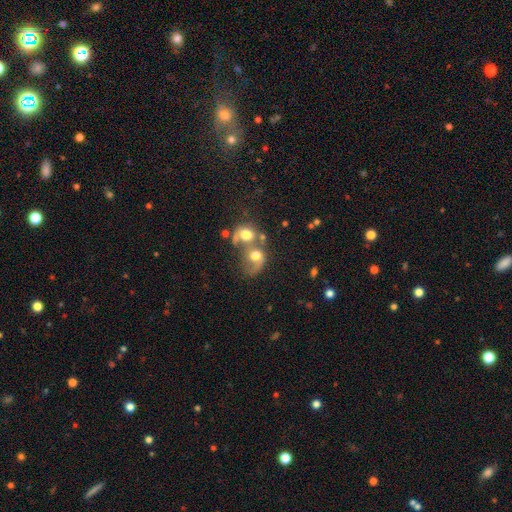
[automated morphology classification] smooth 52%, featured or disk 37%, star or artifact 11%. Down the decision tree: how rounded — round (54%); merging — merger (71%).